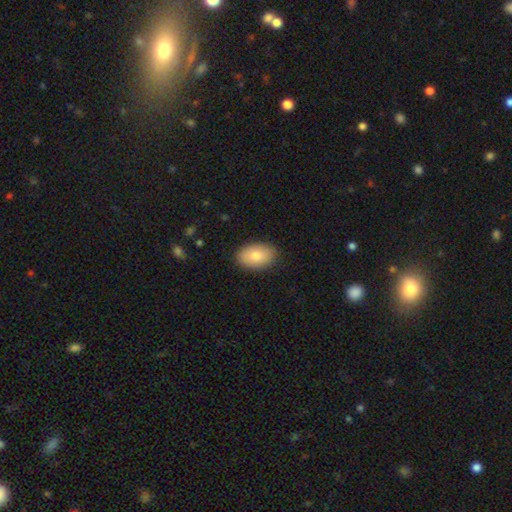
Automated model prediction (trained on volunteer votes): smooth_or_featured: smooth (p=0.83) [alt: featured or disk p=0.11]
how_rounded: in between (p=0.90) [alt: round p=0.08]
merging: none (p=0.86) [alt: minor disturbance p=0.10]